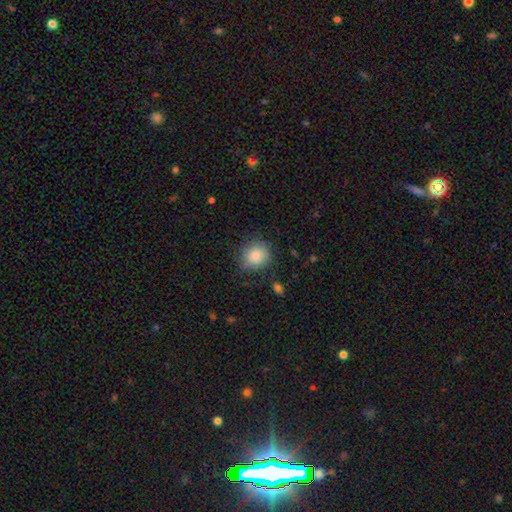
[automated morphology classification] Smooth or featured? smooth (84%)
How rounded? round (84%)
Merging? none (75%)